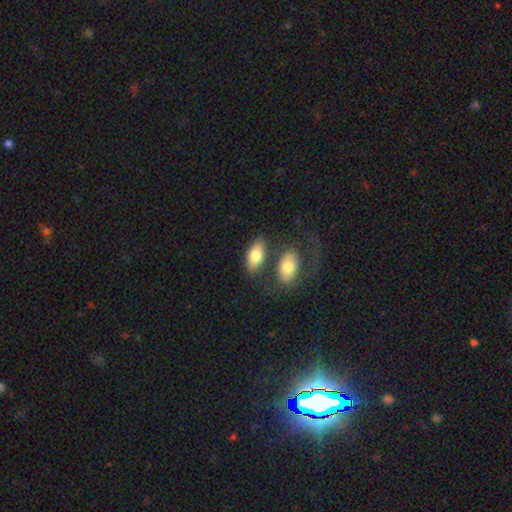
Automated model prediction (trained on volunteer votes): smooth_or_featured: smooth (p=0.77) [alt: featured or disk p=0.16]
how_rounded: in between (p=0.90) [alt: cigar-shaped p=0.06]
merging: none (p=0.64) [alt: merger p=0.18]